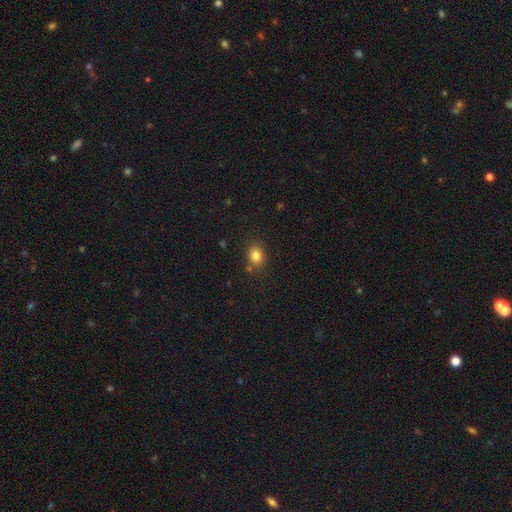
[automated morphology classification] Smooth or featured? Predicted: smooth (p=0.82). How rounded? Predicted: in between (p=0.50). Merging? Predicted: none (p=0.79).